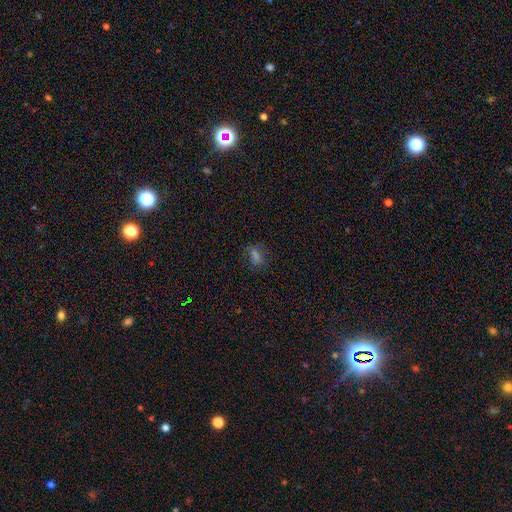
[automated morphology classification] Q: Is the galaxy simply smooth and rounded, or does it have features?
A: smooth — 52%.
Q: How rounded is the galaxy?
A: in between — 67%.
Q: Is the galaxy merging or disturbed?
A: none — 76%.